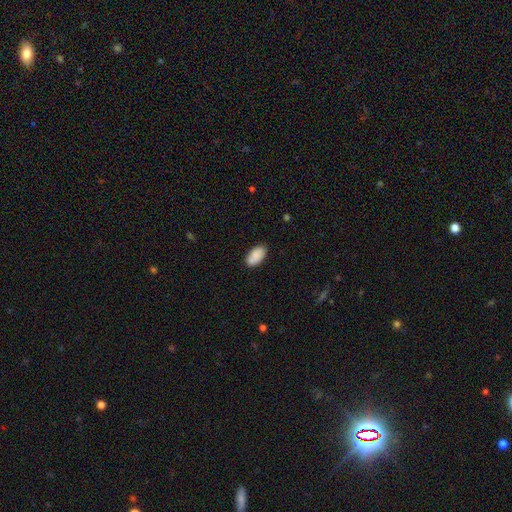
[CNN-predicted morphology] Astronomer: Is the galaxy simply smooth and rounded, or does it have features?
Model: smooth — 88%.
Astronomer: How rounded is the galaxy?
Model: in between — 94%.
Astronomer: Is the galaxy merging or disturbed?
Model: none — 81%.